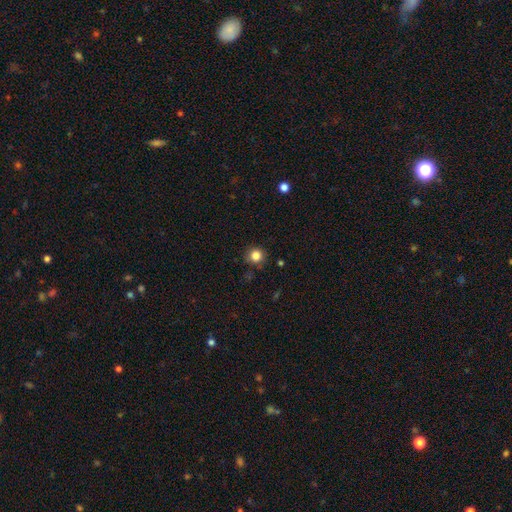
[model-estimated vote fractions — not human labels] Smooth or featured: smooth — 83% (star or artifact — 12%)
How rounded: round — 92% (in between — 7%)
Merging: none — 86% (minor disturbance — 10%)